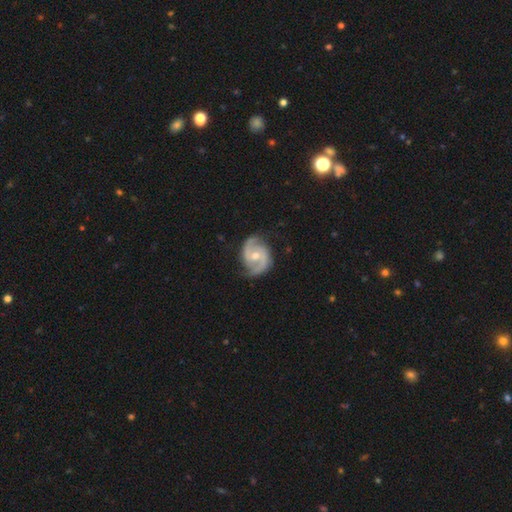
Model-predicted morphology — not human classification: Q: Smooth or featured?
A: featured or disk (90%); runner-up: smooth (6%)
Q: Edge-on disk?
A: no (98%); runner-up: yes (2%)
Q: Bar?
A: no (46%); runner-up: weak (45%)
Q: Spiral arms?
A: yes (98%); runner-up: no (2%)
Q: Spiral winding?
A: medium (56%); runner-up: tight (30%)
Q: Spiral arm count?
A: 2 (91%); runner-up: can't tell (3%)
Q: Bulge size?
A: moderate (64%); runner-up: small (30%)
Q: Merging?
A: none (79%); runner-up: minor disturbance (16%)